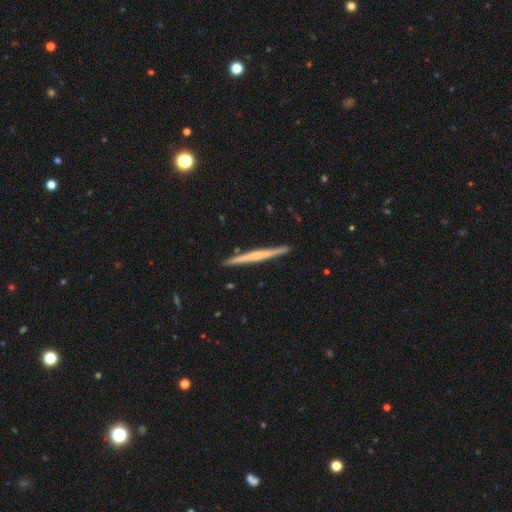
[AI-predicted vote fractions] Q: Smooth or featured?
A: featured or disk (63%); runner-up: smooth (32%)
Q: Edge-on disk?
A: yes (98%); runner-up: no (2%)
Q: Edge-on bulge?
A: none (62%); runner-up: rounded (25%)
Q: Merging?
A: none (91%); runner-up: minor disturbance (6%)